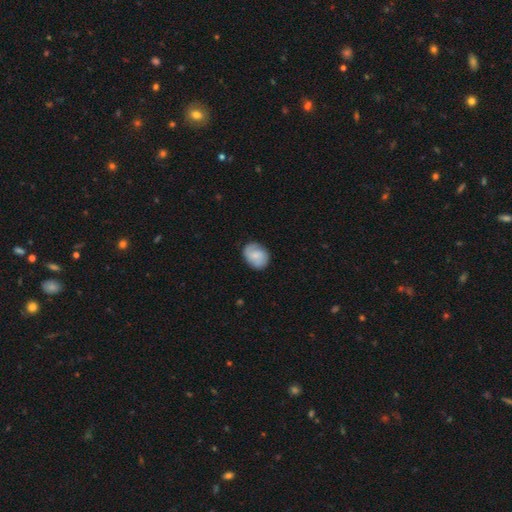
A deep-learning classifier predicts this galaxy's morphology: This appears to be a smooth galaxy with no disk features (59%) that is round (51%). Merging: none (77%).